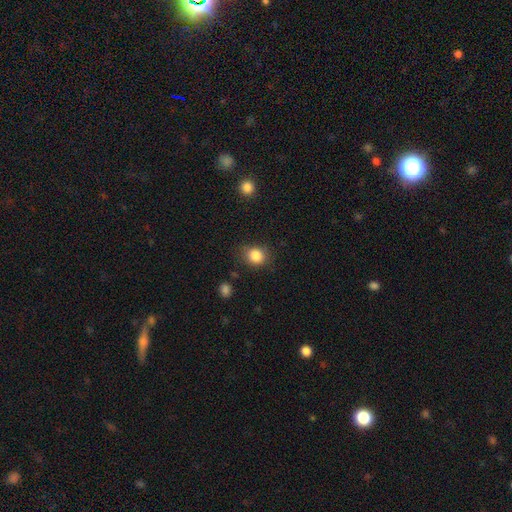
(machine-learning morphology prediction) A smooth galaxy with no disk features (86%) that is round (66%).

Vote fractions:
- Smooth or featured? smooth: 86% / star or artifact: 10% / featured or disk: 4%
- How rounded? round: 66% / in between: 33% / cigar-shaped: 1%
- Merging? none: 79% / minor disturbance: 15% / major disturbance: 5% / merger: 2%